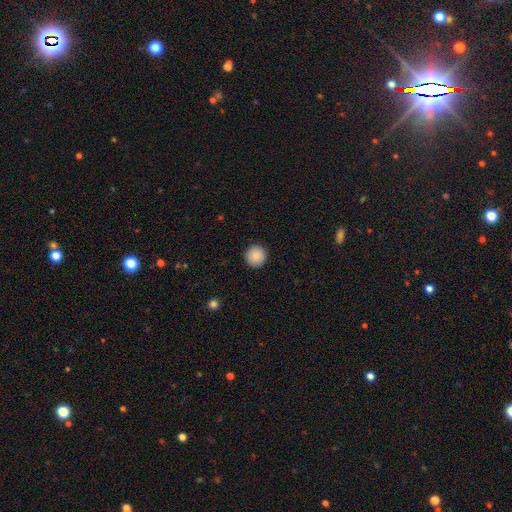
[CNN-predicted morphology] The model was most divided on "smooth or featured": smooth: 89%, star or artifact: 8%, featured or disk: 3%. More confident: how rounded — round (95%); merging — none (93%).